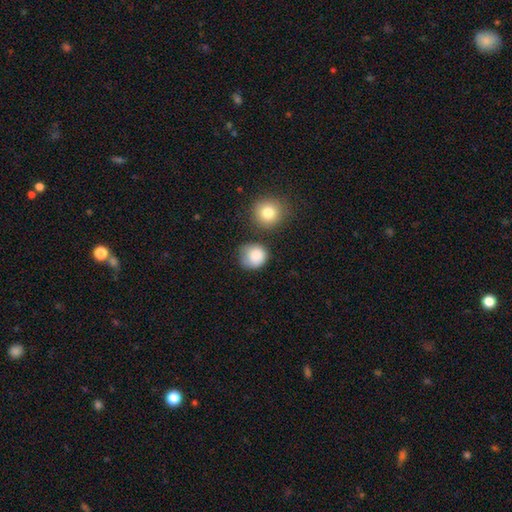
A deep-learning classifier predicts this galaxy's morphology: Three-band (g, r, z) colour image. It shows a smooth galaxy with no disk features (86%) that is round (86%). Merging: none (58%).